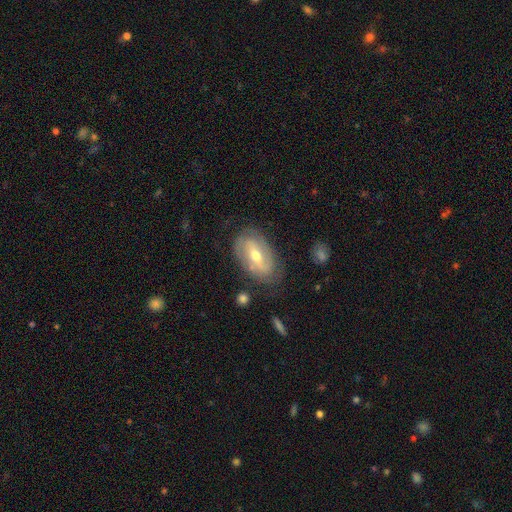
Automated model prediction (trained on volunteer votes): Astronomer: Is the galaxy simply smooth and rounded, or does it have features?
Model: featured or disk — 68%.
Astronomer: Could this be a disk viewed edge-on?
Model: no — 91%.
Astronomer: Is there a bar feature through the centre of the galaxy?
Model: strong — 43% (runner-up: weak, 37%).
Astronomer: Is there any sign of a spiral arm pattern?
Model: yes — 69%.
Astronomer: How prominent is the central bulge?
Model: moderate — 67%.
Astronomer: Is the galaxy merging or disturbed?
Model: none — 76%.